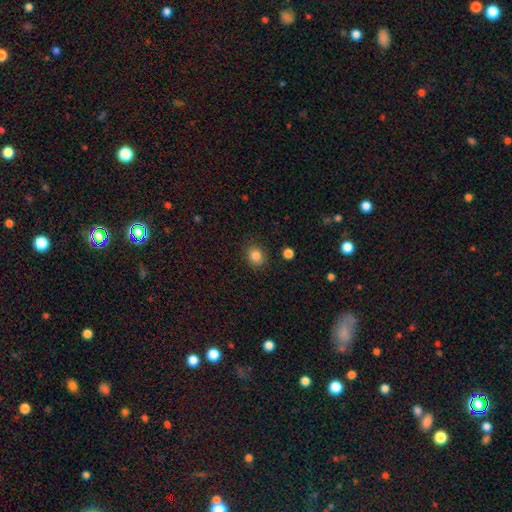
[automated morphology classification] type=smooth (85%); roundness=round (75%); merging=none (87%).